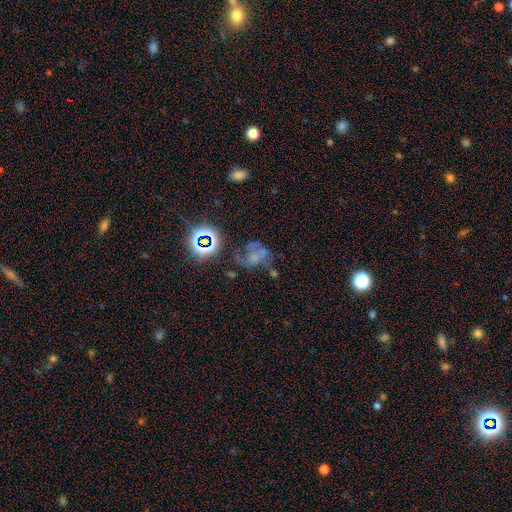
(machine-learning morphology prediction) A featured or disk galaxy (40%).

Vote fractions:
- Smooth or featured? featured or disk: 40% / star or artifact: 32% / smooth: 28%
- Merging? none: 37% / major disturbance: 27% / minor disturbance: 19% / merger: 18%